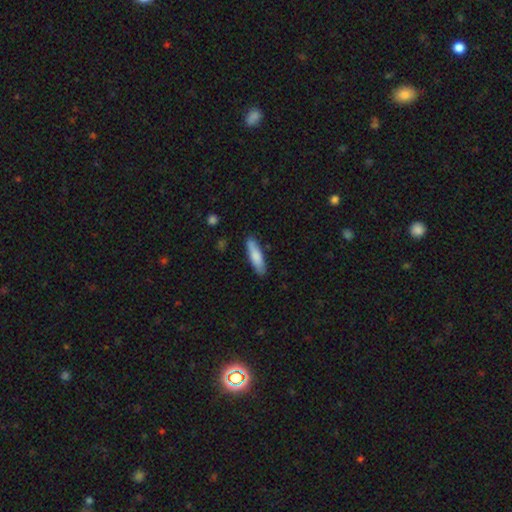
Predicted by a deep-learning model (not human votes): Smooth or featured?
  - smooth: 80% *
  - featured or disk: 15%
  - star or artifact: 5%
How rounded?
  - cigar-shaped: 71% *
  - in between: 28%
  - round: 1%
Merging?
  - none: 85% *
  - minor disturbance: 11%
  - major disturbance: 2%
  - merger: 2%